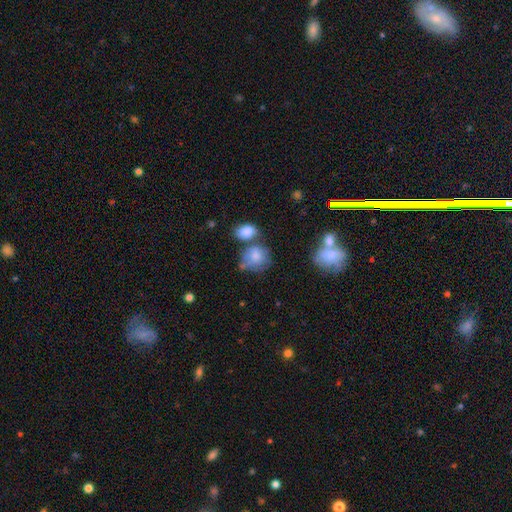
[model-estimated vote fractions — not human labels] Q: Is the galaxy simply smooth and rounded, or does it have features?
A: smooth — 76%.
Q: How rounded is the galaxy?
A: round — 66%.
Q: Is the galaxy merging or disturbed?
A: none — 40%.